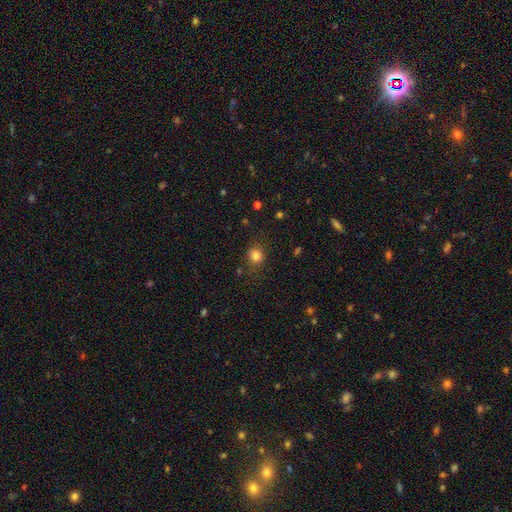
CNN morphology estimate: This appears to be a smooth galaxy with no disk features (82%) that is round (76%). Merging: none (80%).